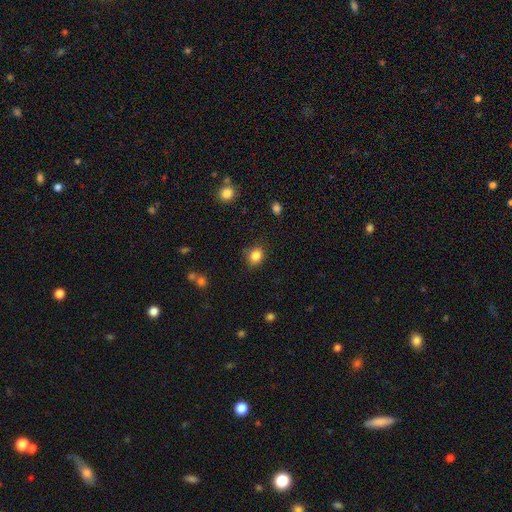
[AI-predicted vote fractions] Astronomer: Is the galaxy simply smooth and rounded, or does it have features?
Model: smooth — 85%.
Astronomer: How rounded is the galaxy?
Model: round — 66%.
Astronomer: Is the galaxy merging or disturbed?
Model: none — 81%.